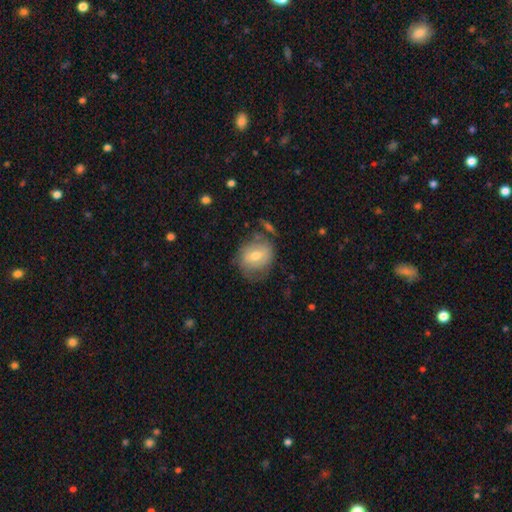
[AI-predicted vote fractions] A smooth galaxy with no disk features (57%) that is round (64%).

Vote fractions:
- Smooth or featured? smooth: 57% / featured or disk: 36% / star or artifact: 7%
- How rounded? round: 64% / in between: 35% / cigar-shaped: 1%
- Merging? none: 59% / minor disturbance: 25% / major disturbance: 12% / merger: 5%